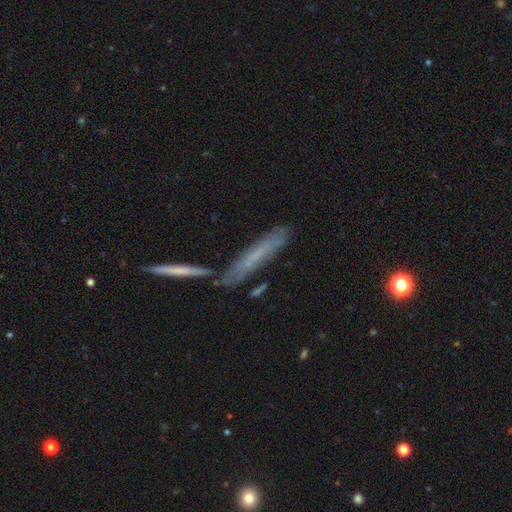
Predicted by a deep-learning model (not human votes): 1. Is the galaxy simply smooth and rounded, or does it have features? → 51% smooth, 39% featured or disk, 10% star or artifact.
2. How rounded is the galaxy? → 90% cigar-shaped, 8% in between, 2% round.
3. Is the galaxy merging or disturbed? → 66% none, 17% merger, 13% minor disturbance, 4% major disturbance.